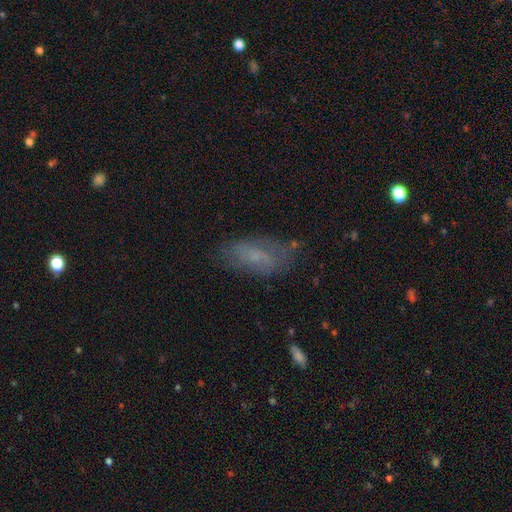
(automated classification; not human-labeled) Smooth or featured? smooth (54%)
How rounded? in between (83%)
Merging? none (65%)